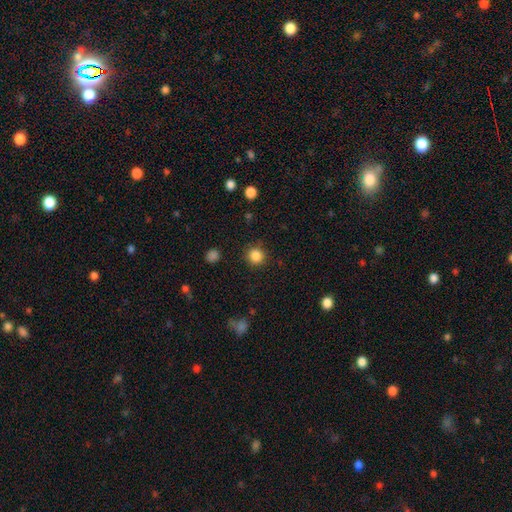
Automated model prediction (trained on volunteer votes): The model was most divided on "smooth or featured": smooth: 85%, star or artifact: 11%, featured or disk: 4%. More confident: how rounded — round (93%); merging — none (89%).